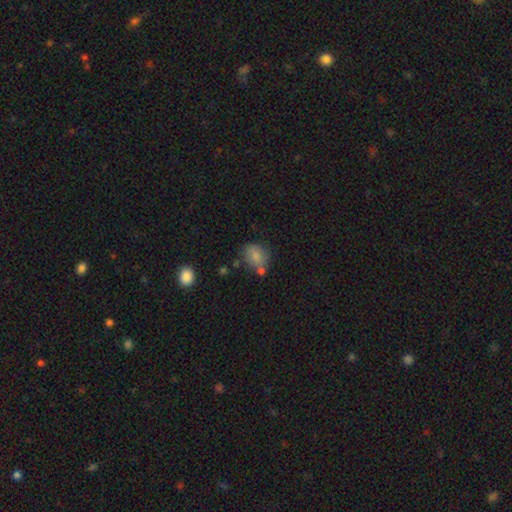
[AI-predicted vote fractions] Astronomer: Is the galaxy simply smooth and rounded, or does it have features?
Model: smooth — 78%.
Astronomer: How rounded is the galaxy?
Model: round — 50% (runner-up: in between, 49%).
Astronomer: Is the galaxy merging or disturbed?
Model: none — 56%.